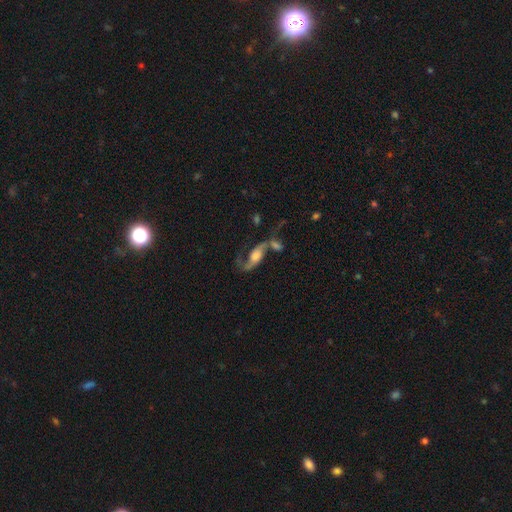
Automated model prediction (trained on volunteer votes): Q: Smooth or featured?
A: featured or disk (75%); runner-up: smooth (17%)
Q: Edge-on disk?
A: no (89%); runner-up: yes (11%)
Q: Bar?
A: no (56%); runner-up: weak (31%)
Q: Spiral arms?
A: yes (90%); runner-up: no (10%)
Q: Spiral winding?
A: loose (71%); runner-up: medium (23%)
Q: Spiral arm count?
A: 2 (82%); runner-up: 1 (11%)
Q: Bulge size?
A: moderate (35%); runner-up: large (33%)
Q: Merging?
A: none (34%); tied with: merger (34%)